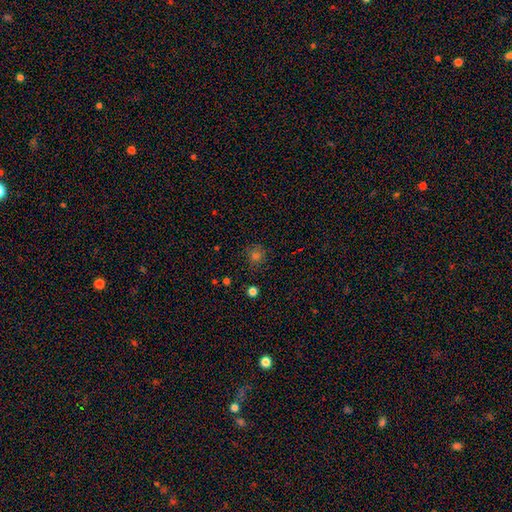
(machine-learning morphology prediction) smooth-or-featured: smooth: 69% | star or artifact: 25% | featured or disk: 6%
  how-rounded: round: 87% | in between: 12% | cigar-shaped: 1%
  merging: none: 83% | minor disturbance: 11% | major disturbance: 4% | merger: 2%